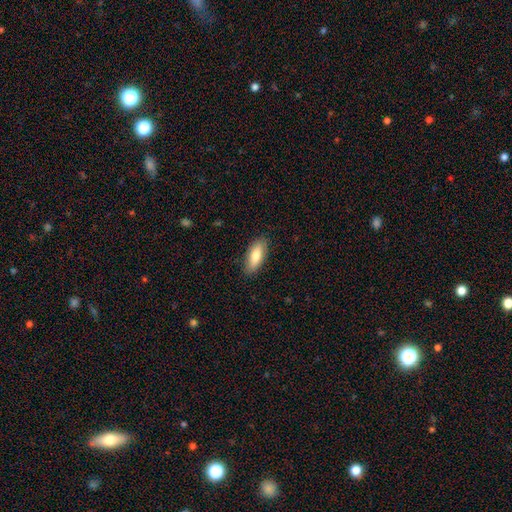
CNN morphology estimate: Smooth or featured: smooth — 77% (featured or disk — 17%)
How rounded: in between — 75% (cigar-shaped — 23%)
Merging: none — 85% (minor disturbance — 11%)